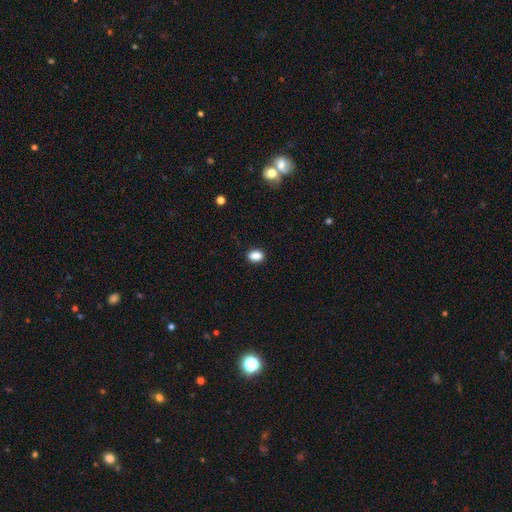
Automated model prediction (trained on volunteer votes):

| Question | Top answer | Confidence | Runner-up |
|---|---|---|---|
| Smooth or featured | smooth | 88% | star or artifact (9%) |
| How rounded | in between | 81% | round (17%) |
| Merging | none | 88% | minor disturbance (9%) |